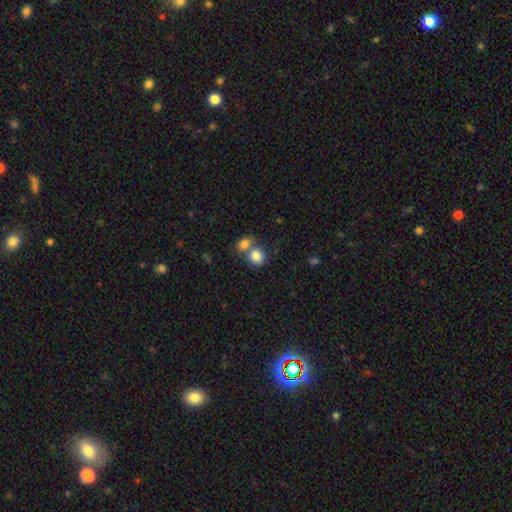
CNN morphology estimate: Smooth or featured? smooth (83%)
How rounded? round (67%)
Merging? merger (51%)